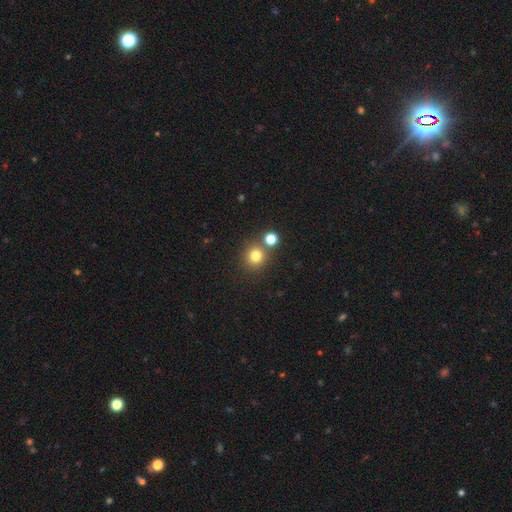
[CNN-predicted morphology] Smooth or featured: smooth — 79% (star or artifact — 15%)
How rounded: round — 91% (in between — 8%)
Merging: none — 74% (merger — 16%)